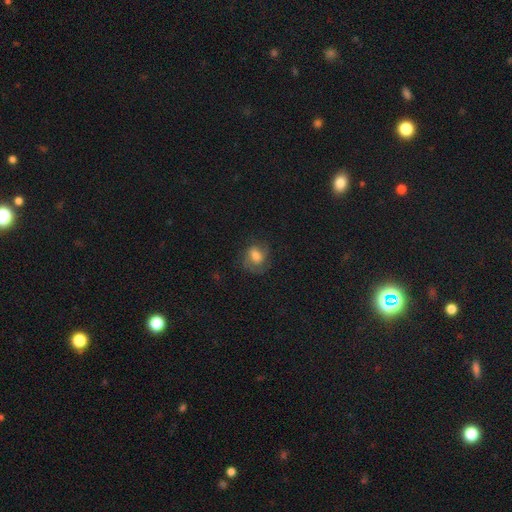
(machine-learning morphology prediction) Smooth or featured: smooth — 49% (featured or disk — 40%)
Merging: none — 62% (minor disturbance — 21%)